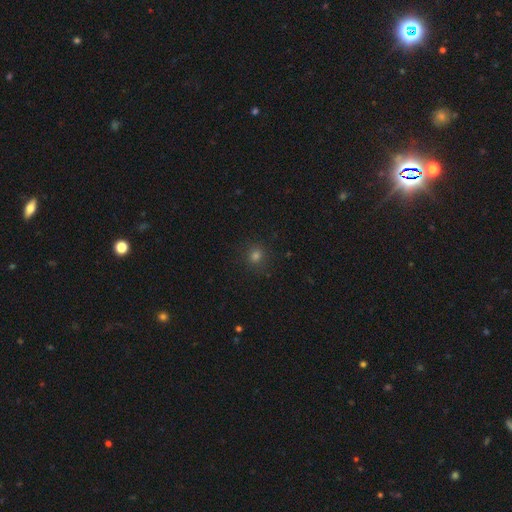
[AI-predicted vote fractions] Morphology: type=smooth (74%); roundness=round (82%); merging=none (88%).